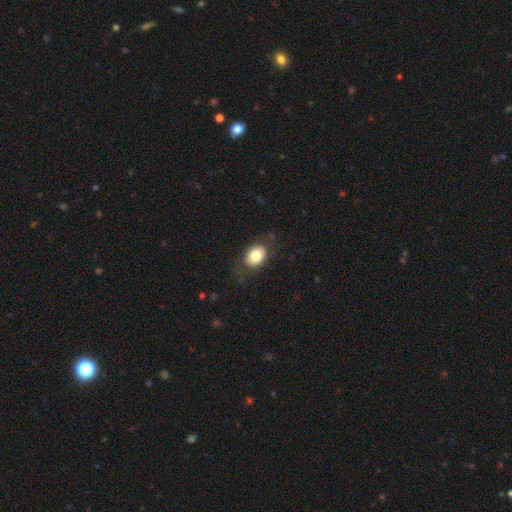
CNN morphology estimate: Smooth or featured?
  - smooth: 78% *
  - featured or disk: 13%
  - star or artifact: 8%
How rounded?
  - in between: 70% *
  - round: 29%
  - cigar-shaped: 1%
Merging?
  - none: 76% *
  - minor disturbance: 16%
  - major disturbance: 7%
  - merger: 1%